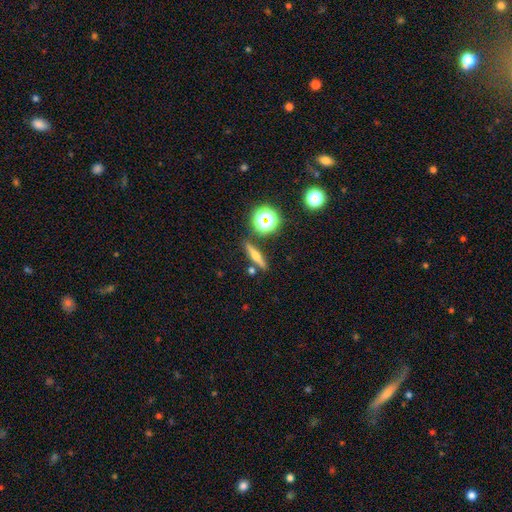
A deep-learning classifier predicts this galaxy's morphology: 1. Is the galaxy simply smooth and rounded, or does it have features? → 44% featured or disk, 41% smooth, 15% star or artifact.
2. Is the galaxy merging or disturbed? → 84% none, 8% minor disturbance, 5% merger, 2% major disturbance.